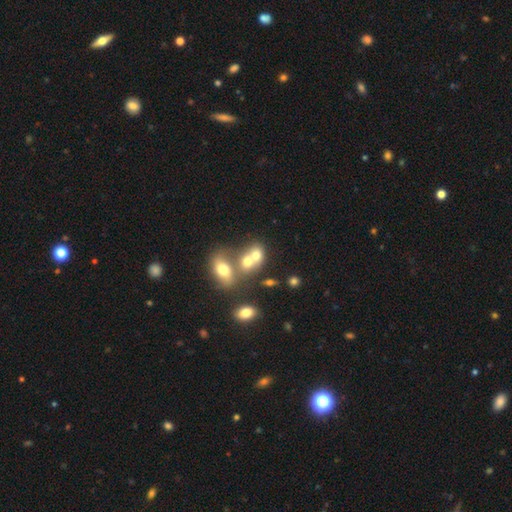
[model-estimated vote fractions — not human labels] A smooth galaxy with no disk features (68%) that is in between round and cigar-shaped (56%). Merging: merger (63%).